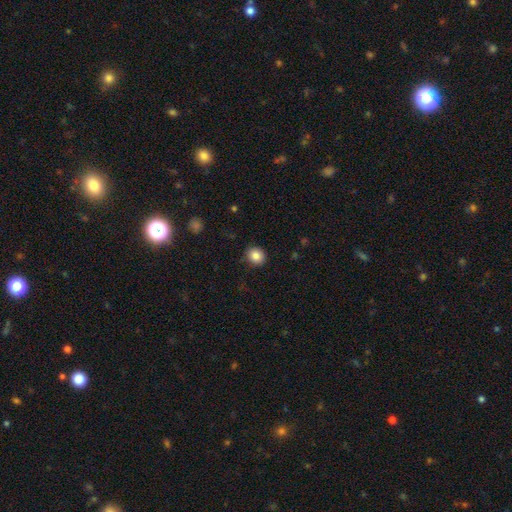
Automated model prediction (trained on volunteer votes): This is clearly a smooth galaxy (85%). How rounded: clearly round (81%). Merging: clearly none (88%).